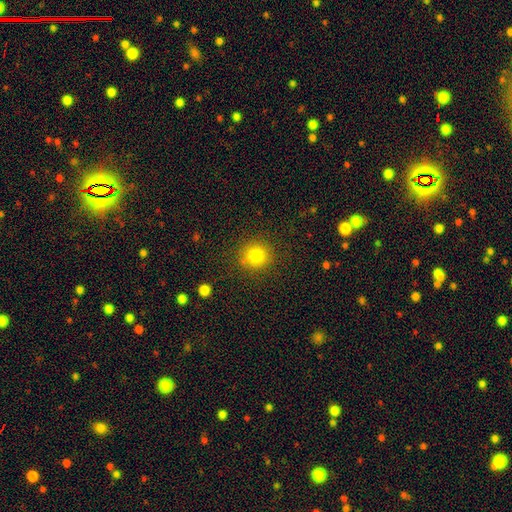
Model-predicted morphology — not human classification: Q: Smooth or featured?
A: smooth (81%); runner-up: star or artifact (12%)
Q: How rounded?
A: round (91%); runner-up: in between (8%)
Q: Merging?
A: none (86%); runner-up: minor disturbance (8%)